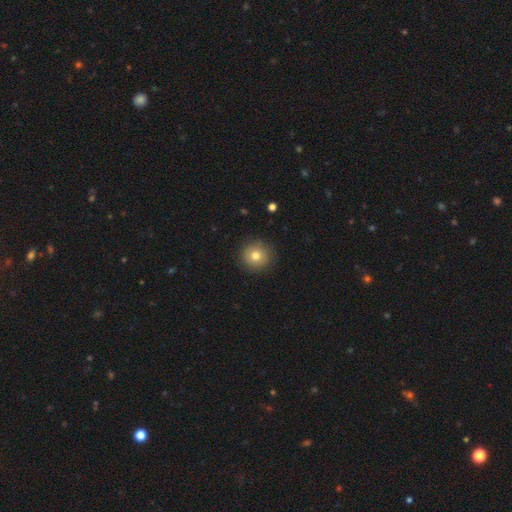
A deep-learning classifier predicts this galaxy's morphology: Overall: smooth (77%). How rounded: round (95%). Merging: none (89%).